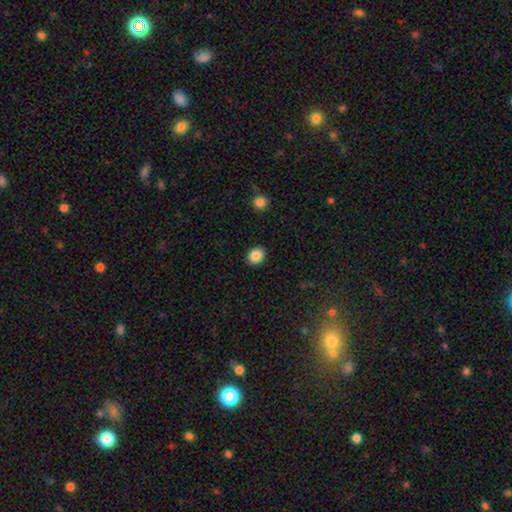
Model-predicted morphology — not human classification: This appears to be a smooth galaxy with no disk features (87%) that is round (54%). Merging: none (91%).